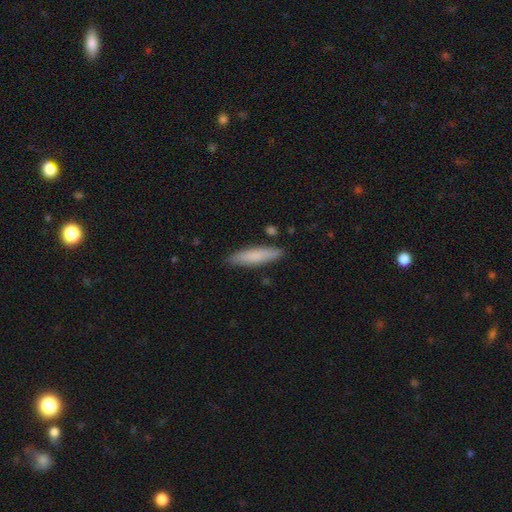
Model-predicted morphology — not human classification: Smooth or featured: smooth — 78% (featured or disk — 17%)
How rounded: cigar-shaped — 82% (in between — 17%)
Merging: none — 86% (minor disturbance — 10%)